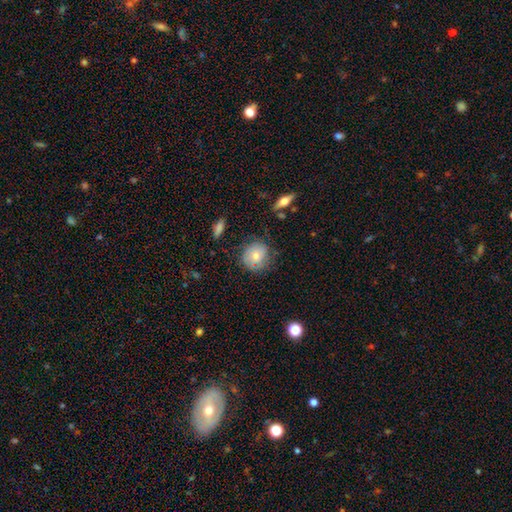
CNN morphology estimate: type=smooth (70%); roundness=round (82%); merging=none (69%).